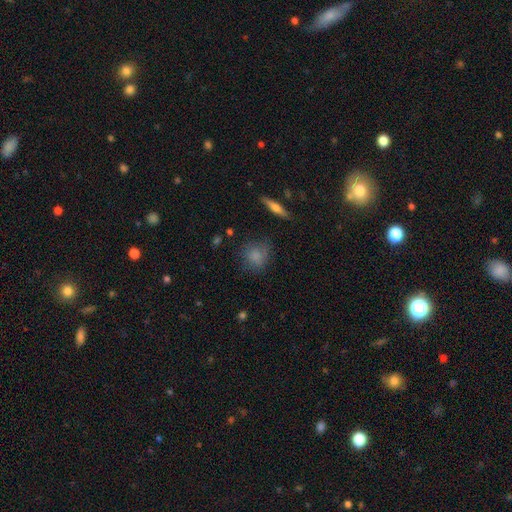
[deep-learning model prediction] smooth 79%, featured or disk 11%, star or artifact 10%. Down the decision tree: how rounded — round (78%); merging — none (73%).